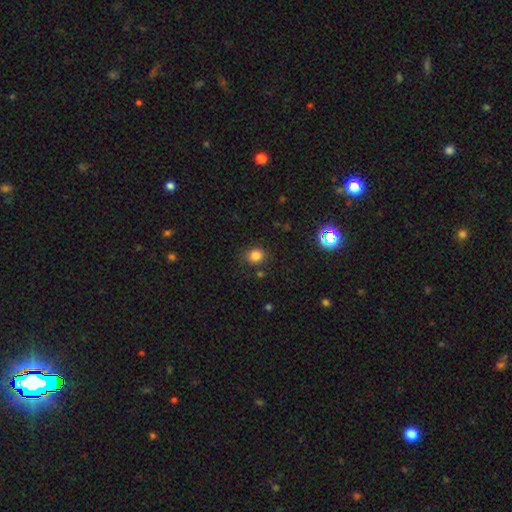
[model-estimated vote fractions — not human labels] smooth-or-featured: smooth: 82% | star or artifact: 14% | featured or disk: 5%
  how-rounded: round: 75% | in between: 24% | cigar-shaped: 1%
  merging: none: 83% | minor disturbance: 11% | major disturbance: 4% | merger: 3%